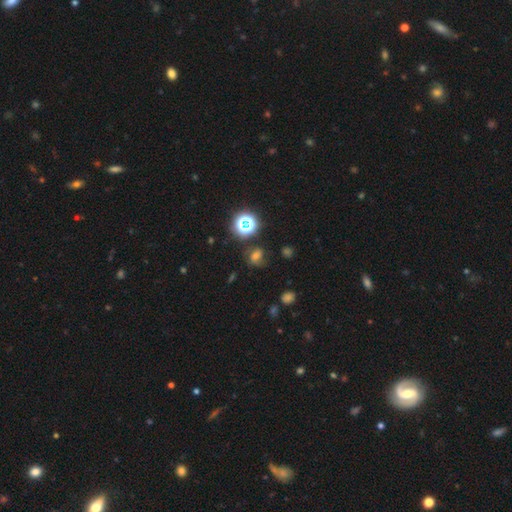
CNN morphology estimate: smooth_or_featured: smooth (p=0.44) [alt: star or artifact p=0.37]
merging: none (p=0.65) [alt: minor disturbance p=0.19]